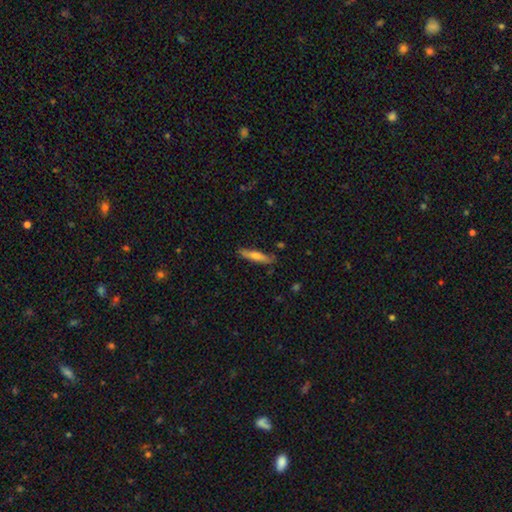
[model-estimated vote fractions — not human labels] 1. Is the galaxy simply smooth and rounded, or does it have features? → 59% smooth, 35% featured or disk, 6% star or artifact.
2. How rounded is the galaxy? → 86% cigar-shaped, 13% in between, 2% round.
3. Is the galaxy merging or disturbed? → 82% none, 13% minor disturbance, 3% major disturbance, 2% merger.